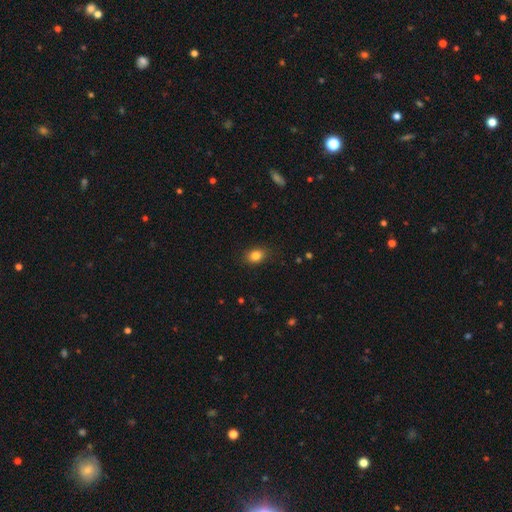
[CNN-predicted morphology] Smooth or featured? Predicted: smooth (p=0.84). How rounded? Predicted: in between (p=0.66). Merging? Predicted: none (p=0.85).